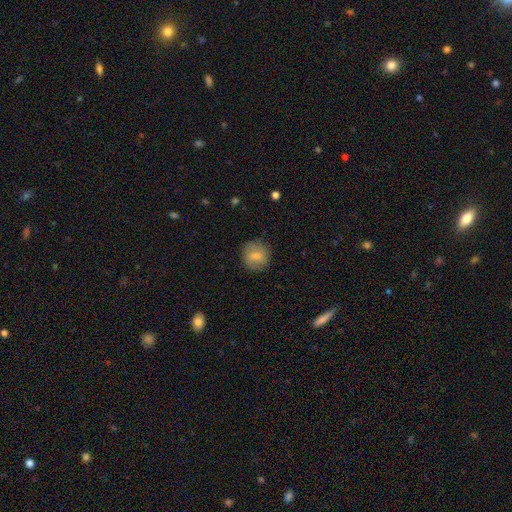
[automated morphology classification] Q: Smooth or featured?
A: smooth (75%); runner-up: featured or disk (17%)
Q: How rounded?
A: round (89%); runner-up: in between (10%)
Q: Merging?
A: none (84%); runner-up: minor disturbance (12%)